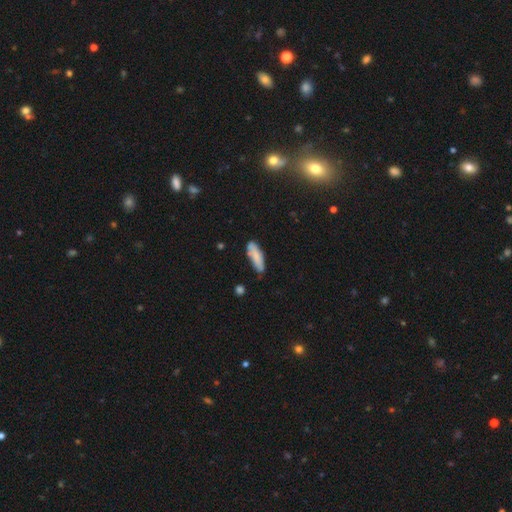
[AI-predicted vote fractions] A smooth galaxy with no disk features (80%) that is in between round and cigar-shaped (49%, tied with cigar-shaped).

Vote fractions:
- Smooth or featured? smooth: 80% / featured or disk: 14% / star or artifact: 6%
- How rounded? in between: 49% (tied) / cigar-shaped: 49% (tied) / round: 2%
- Merging? none: 68% / minor disturbance: 24% / major disturbance: 4% / merger: 4%